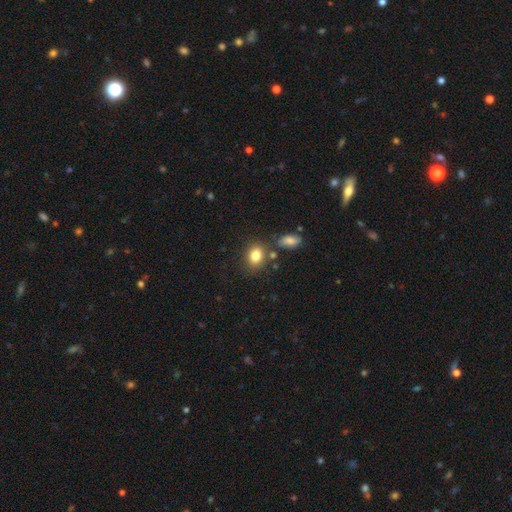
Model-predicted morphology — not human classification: smooth 82%, star or artifact 10%, featured or disk 8%. Down the decision tree: how rounded — in between (61%); merging — none (71%).